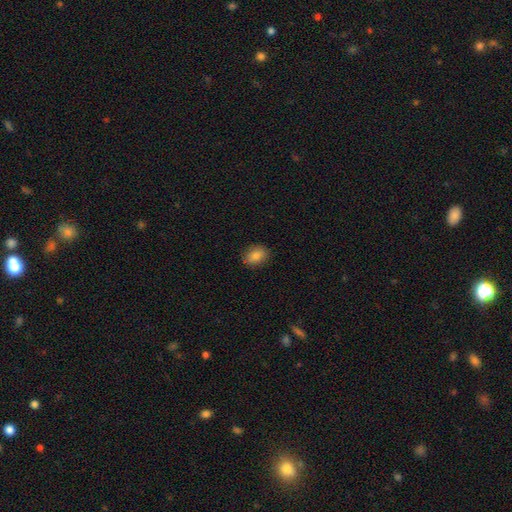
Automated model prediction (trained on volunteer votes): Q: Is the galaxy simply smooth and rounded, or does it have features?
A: smooth — 85%.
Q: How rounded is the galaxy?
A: in between — 74%.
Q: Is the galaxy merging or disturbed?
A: none — 85%.